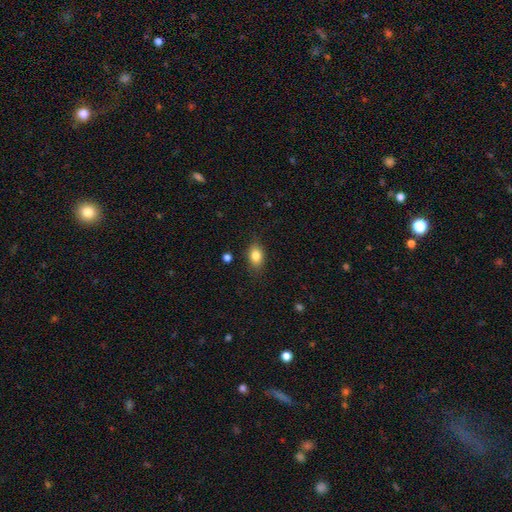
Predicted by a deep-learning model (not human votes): smooth-or-featured: smooth: 83% | featured or disk: 9% | star or artifact: 9%
  how-rounded: in between: 79% | round: 18% | cigar-shaped: 3%
  merging: none: 82% | minor disturbance: 13% | major disturbance: 3% | merger: 2%